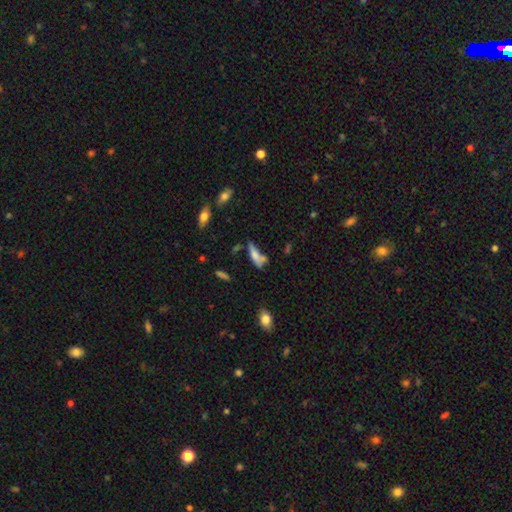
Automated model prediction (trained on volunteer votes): smooth-or-featured: smooth: 64% | featured or disk: 26% | star or artifact: 10%
  how-rounded: in between: 50% | cigar-shaped: 47% | round: 3%
  merging: none: 39% | merger: 24% | minor disturbance: 24% | major disturbance: 13%